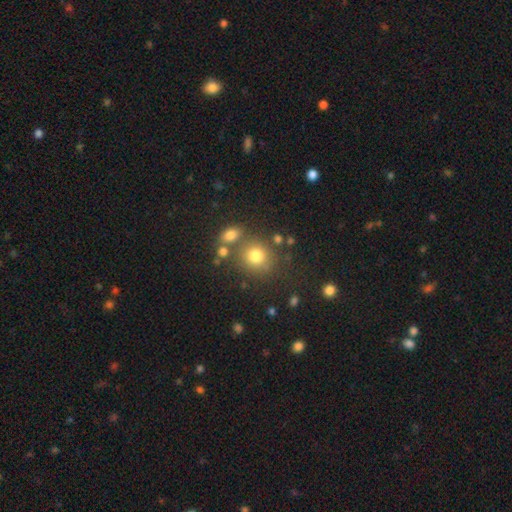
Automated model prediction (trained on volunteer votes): Smooth or featured? smooth (76%)
How rounded? round (85%)
Merging? none (70%)